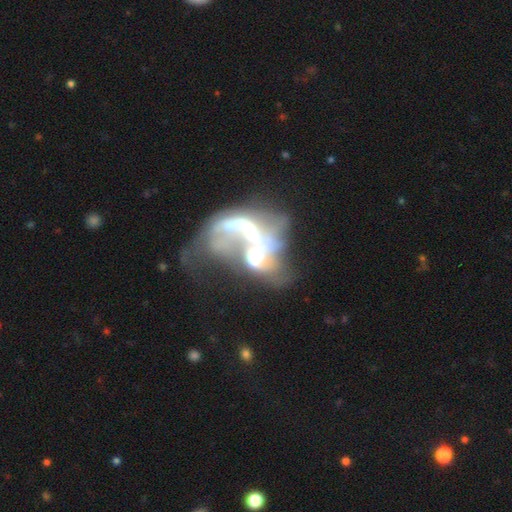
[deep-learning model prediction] smooth_or_featured: featured or disk (p=0.64) [alt: smooth p=0.22]
disk_edge_on: no (p=0.96) [alt: yes p=0.04]
bar: no (p=0.66) [alt: weak p=0.21]
has_spiral_arms: no (p=0.60) [alt: yes p=0.40]
bulge_size: moderate (p=0.40) [alt: large p=0.23]
merging: merger (p=0.59) [alt: major disturbance p=0.27]